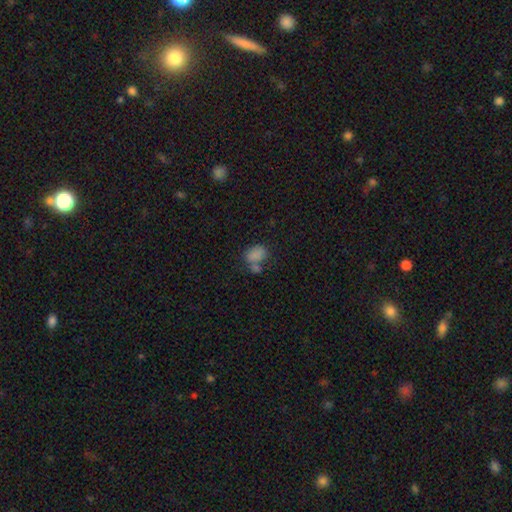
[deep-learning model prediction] smooth-or-featured: smooth: 78% | star or artifact: 13% | featured or disk: 9%
  how-rounded: in between: 75% | round: 23% | cigar-shaped: 1%
  merging: none: 43% | merger: 32% | minor disturbance: 16% | major disturbance: 9%